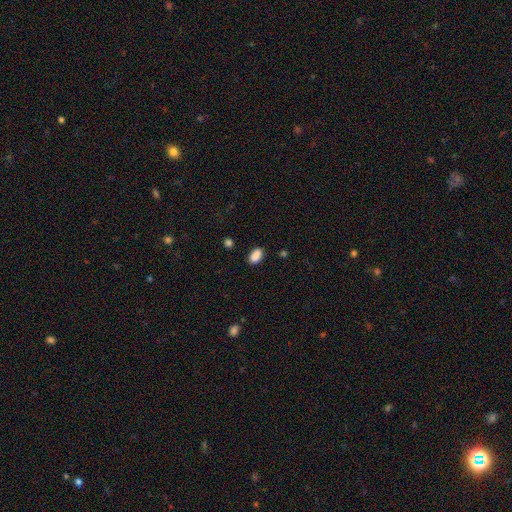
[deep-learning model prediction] Overall: smooth (89%). How rounded: in between (91%). Merging: none (84%).